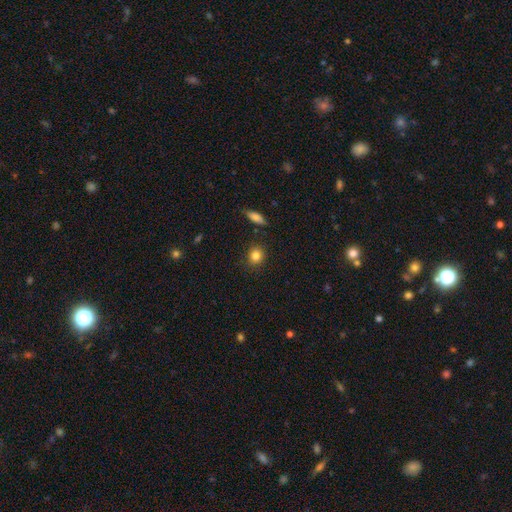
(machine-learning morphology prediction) A smooth galaxy with no disk features (84%) that is round (77%). Merging: none (87%).